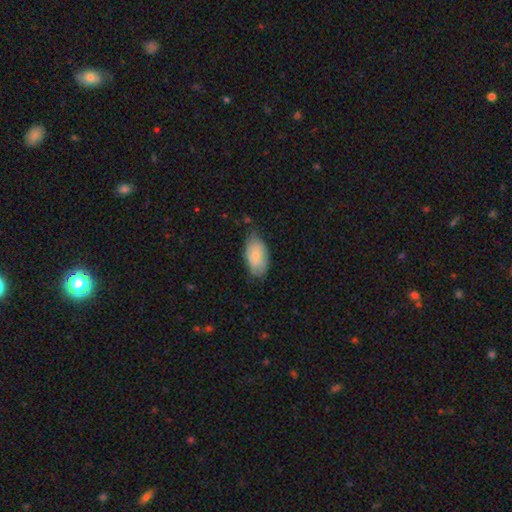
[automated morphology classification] smooth-or-featured: smooth: 73% | featured or disk: 21% | star or artifact: 6%
  how-rounded: in between: 94% | round: 4% | cigar-shaped: 2%
  merging: none: 62% | minor disturbance: 31% | major disturbance: 5% | merger: 2%